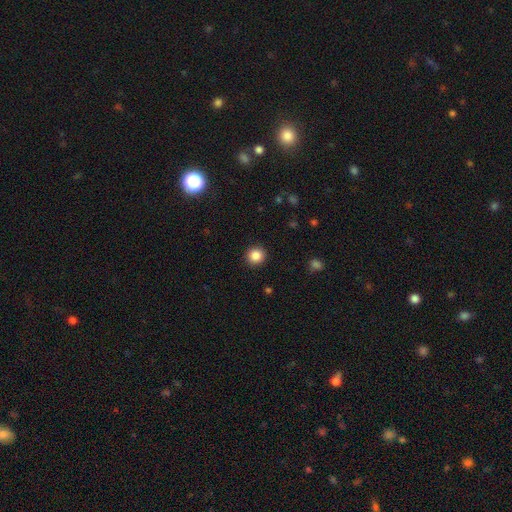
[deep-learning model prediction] Smooth or featured? Predicted: smooth (p=0.86). How rounded? Predicted: round (p=0.93). Merging? Predicted: none (p=0.92).